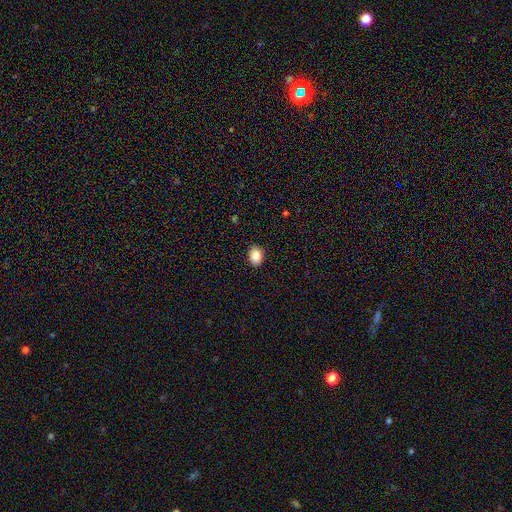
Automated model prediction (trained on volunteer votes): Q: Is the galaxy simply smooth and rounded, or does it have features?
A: smooth — 88%.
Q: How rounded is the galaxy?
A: in between — 67%.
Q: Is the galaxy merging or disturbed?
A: none — 89%.